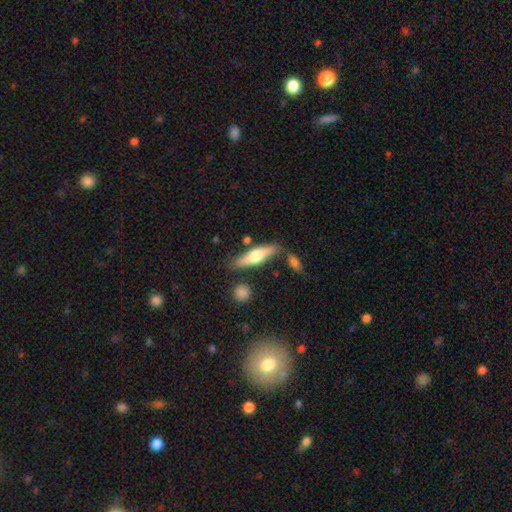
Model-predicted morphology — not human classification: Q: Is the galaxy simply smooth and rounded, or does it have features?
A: smooth — 50%.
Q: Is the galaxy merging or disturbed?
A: none — 75%.